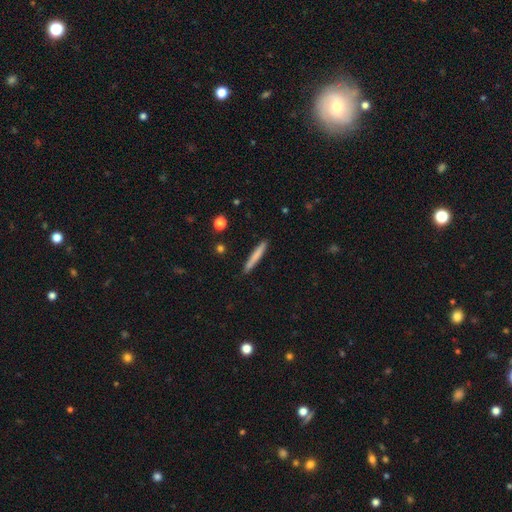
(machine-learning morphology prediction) Q: Smooth or featured?
A: smooth (73%); runner-up: featured or disk (21%)
Q: How rounded?
A: cigar-shaped (96%); runner-up: in between (3%)
Q: Merging?
A: none (89%); runner-up: minor disturbance (8%)